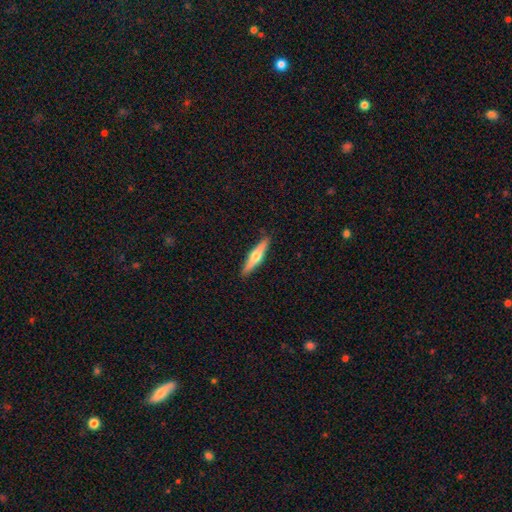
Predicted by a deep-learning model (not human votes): smooth_or_featured: featured or disk (p=0.52) [alt: smooth p=0.43]
disk_edge_on: yes (p=0.95) [alt: no p=0.05]
merging: none (p=0.90) [alt: minor disturbance p=0.07]